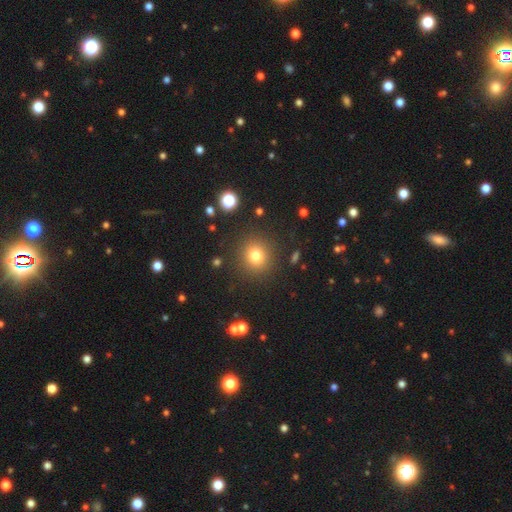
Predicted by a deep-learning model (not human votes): smooth-or-featured: smooth: 78% | star or artifact: 15% | featured or disk: 8%
  how-rounded: round: 89% | in between: 10% | cigar-shaped: 1%
  merging: none: 89% | minor disturbance: 6% | major disturbance: 3% | merger: 2%